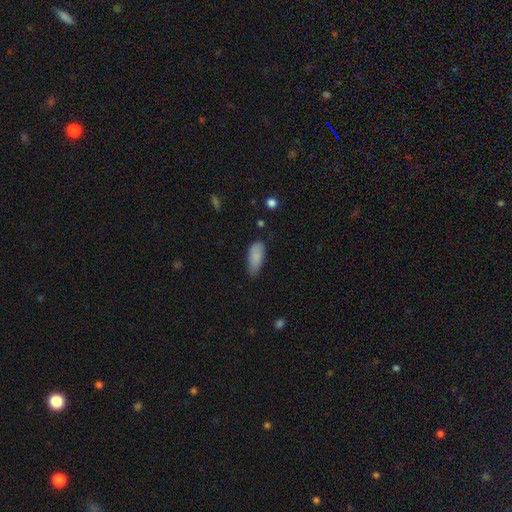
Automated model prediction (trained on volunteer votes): Smooth or featured? smooth (86%)
How rounded? in between (84%)
Merging? none (56%)